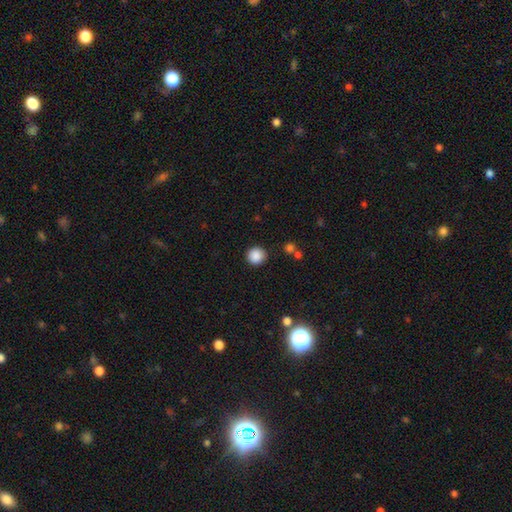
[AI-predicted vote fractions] smooth_or_featured: smooth (p=0.88) [alt: star or artifact p=0.10]
how_rounded: round (p=0.93) [alt: in between p=0.06]
merging: none (p=0.90) [alt: minor disturbance p=0.06]